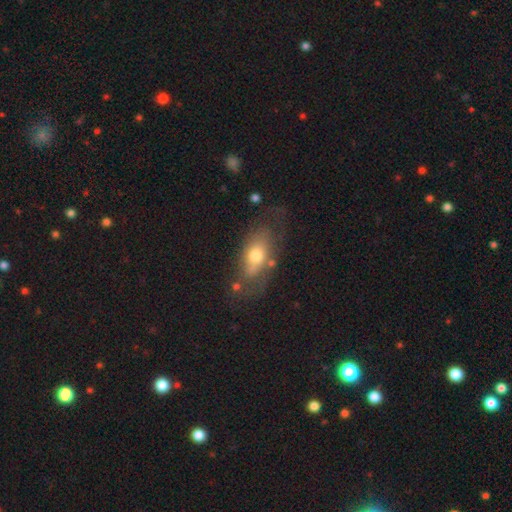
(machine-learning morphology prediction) The model was most divided on "smooth or featured": smooth: 53%, featured or disk: 39%, star or artifact: 8%. More confident: how rounded — in between (84%); merging — none (57%).